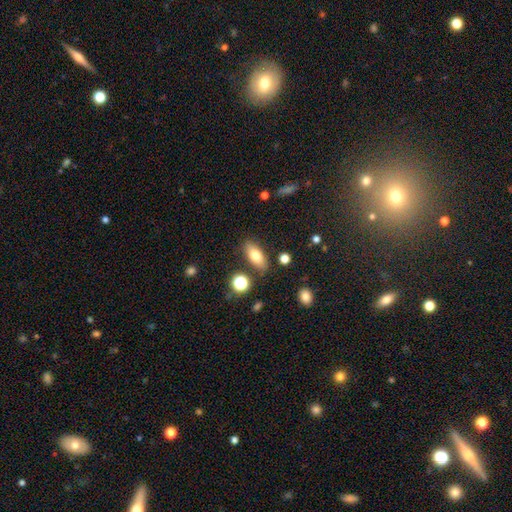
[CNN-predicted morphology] Smooth or featured? Predicted: smooth (p=0.73). How rounded? Predicted: in between (p=0.77). Merging? Predicted: none (p=0.82).